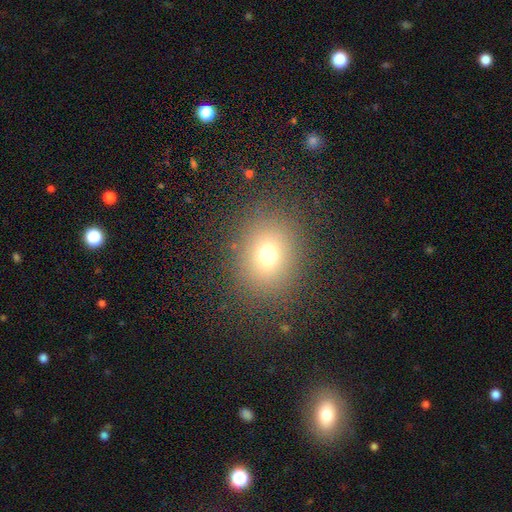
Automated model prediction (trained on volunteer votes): The model was most divided on "how rounded": round: 61%, in between: 38%, cigar-shaped: 1%. More confident: merging — none (87%); smooth or featured — smooth (69%).